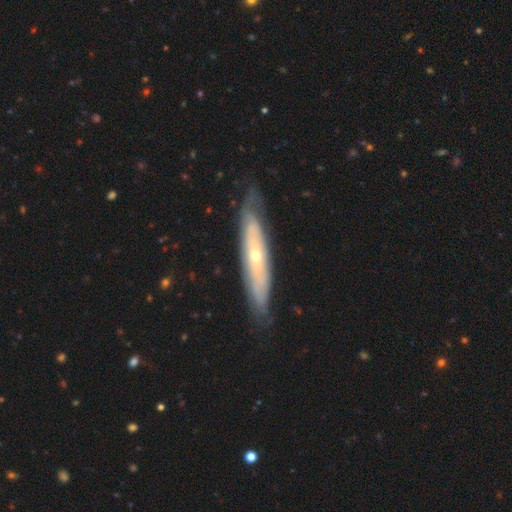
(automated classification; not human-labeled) A featured or disk galaxy (69%).

Vote fractions:
- Smooth or featured? featured or disk: 69% / smooth: 25% / star or artifact: 6%
- Edge-on disk? no: 53% / yes: 47%
- Merging? none: 79% / minor disturbance: 16% / major disturbance: 4% / merger: 1%